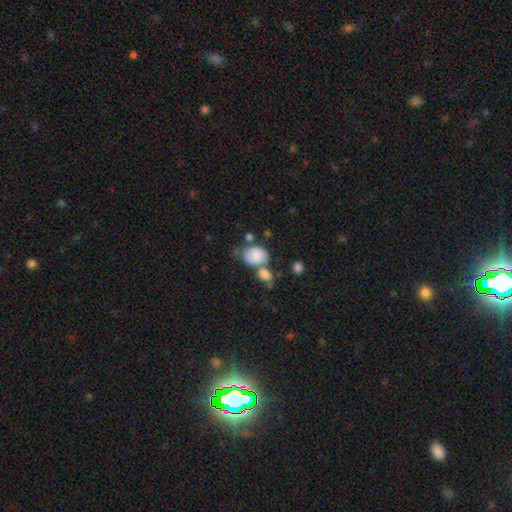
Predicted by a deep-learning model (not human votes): smooth_or_featured: smooth (p=0.81) [alt: featured or disk p=0.12]
how_rounded: in between (p=0.59) [alt: round p=0.40]
merging: merger (p=0.39) [alt: none p=0.36]